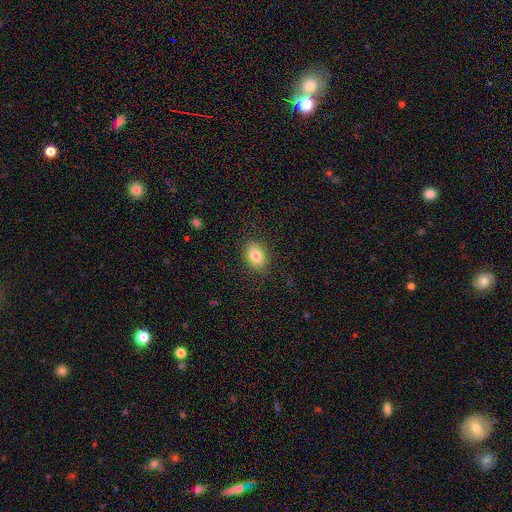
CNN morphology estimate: smooth-or-featured: smooth: 83% | star or artifact: 9% | featured or disk: 8%
  how-rounded: in between: 72% | round: 27% | cigar-shaped: 1%
  merging: none: 86% | minor disturbance: 10% | major disturbance: 3% | merger: 1%